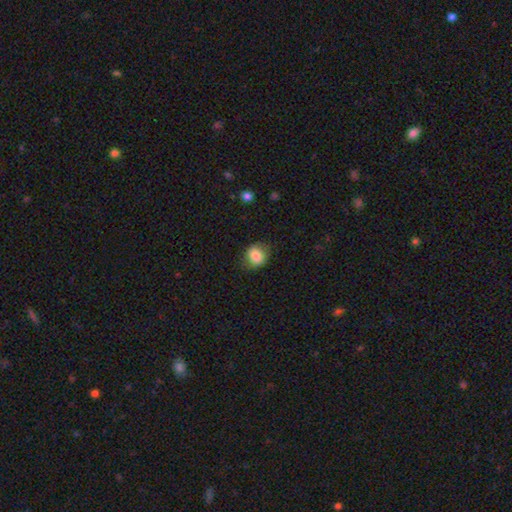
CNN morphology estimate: smooth 83%, star or artifact 9%, featured or disk 8%. Down the decision tree: how rounded — round (69%); merging — none (74%).